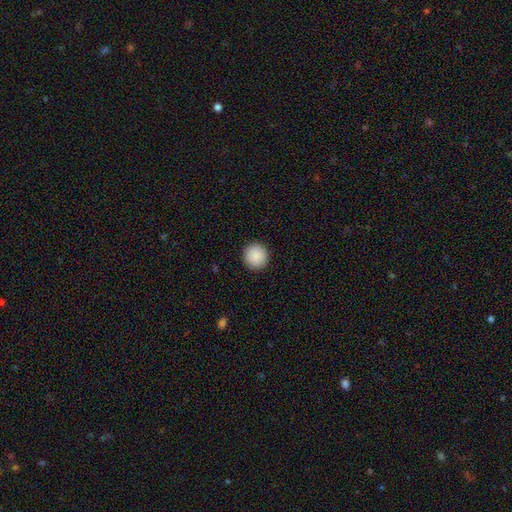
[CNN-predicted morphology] Smooth or featured? Predicted: smooth (p=0.89). How rounded? Predicted: round (p=0.95). Merging? Predicted: none (p=0.93).